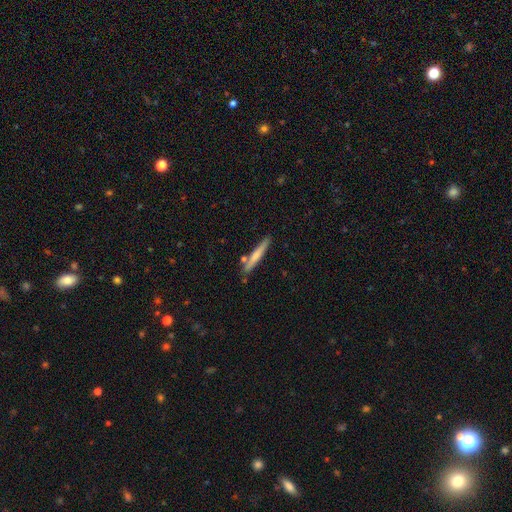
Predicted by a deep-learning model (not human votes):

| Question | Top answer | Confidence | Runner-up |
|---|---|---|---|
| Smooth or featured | smooth | 60% | featured or disk (35%) |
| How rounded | cigar-shaped | 95% | in between (4%) |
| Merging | none | 80% | minor disturbance (11%) |